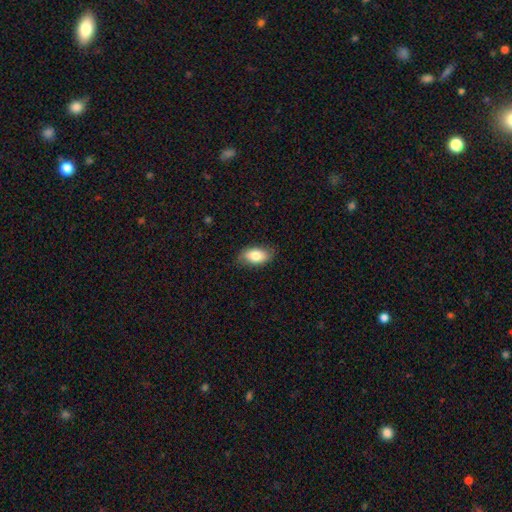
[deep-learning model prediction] This is clearly a smooth galaxy (80%). How rounded: clearly in between (92%). Merging: likely none (80%).